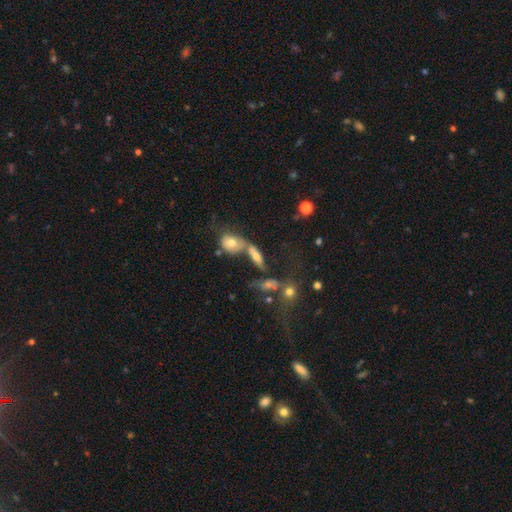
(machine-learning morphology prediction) smooth 57%, featured or disk 31%, star or artifact 12%. Down the decision tree: how rounded — in between (59%); merging — merger (44%).